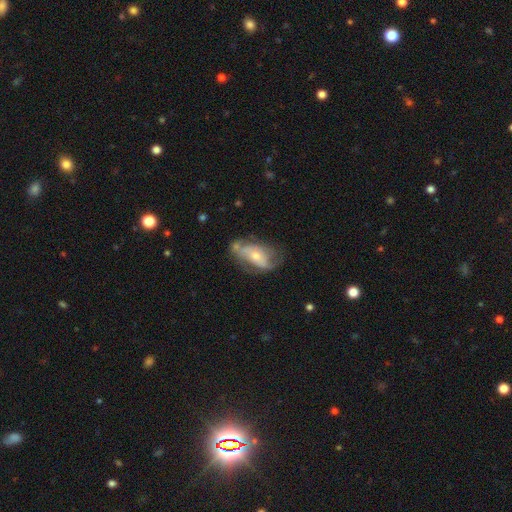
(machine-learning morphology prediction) featured or disk 60%, smooth 32%, star or artifact 8%. Down the decision tree: edge-on disk — no (88%); bar — no (63%); spiral arms — yes (66%); bulge size — small (51%); merging — none (48%).